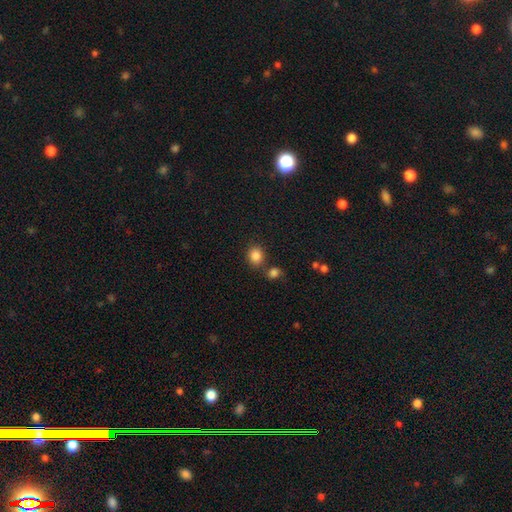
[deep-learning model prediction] smooth 85%, star or artifact 10%, featured or disk 4%. Down the decision tree: how rounded — round (71%); merging — none (72%).